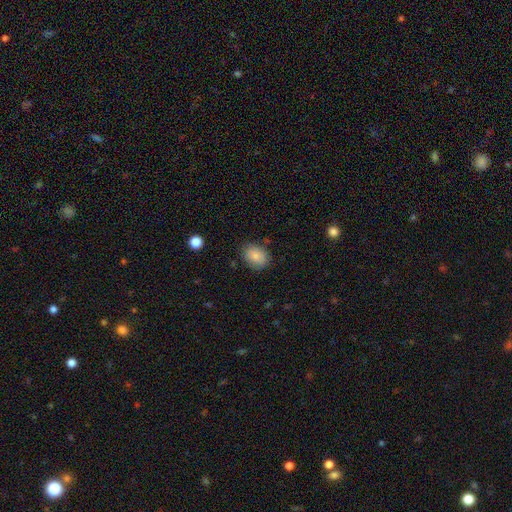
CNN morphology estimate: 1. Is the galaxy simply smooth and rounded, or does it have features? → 83% smooth, 9% featured or disk, 8% star or artifact.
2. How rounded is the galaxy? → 64% in between, 35% round, 1% cigar-shaped.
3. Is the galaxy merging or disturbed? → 81% none, 14% minor disturbance, 3% major disturbance, 2% merger.